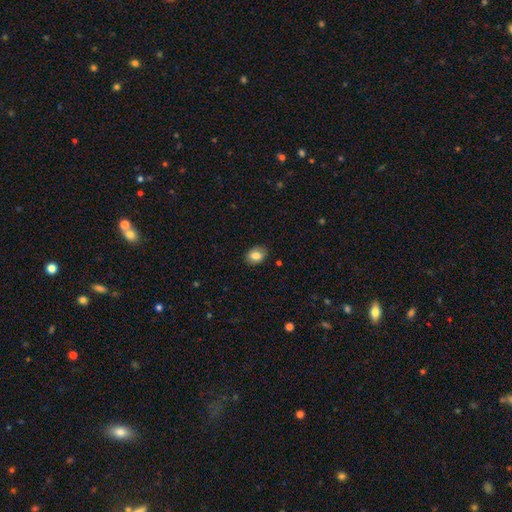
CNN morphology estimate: A smooth galaxy with no disk features (83%) that is in between round and cigar-shaped (66%).

Vote fractions:
- Smooth or featured? smooth: 83% / featured or disk: 8% / star or artifact: 8%
- How rounded? in between: 66% / round: 33% / cigar-shaped: 1%
- Merging? none: 86% / minor disturbance: 11% / major disturbance: 2% / merger: 1%